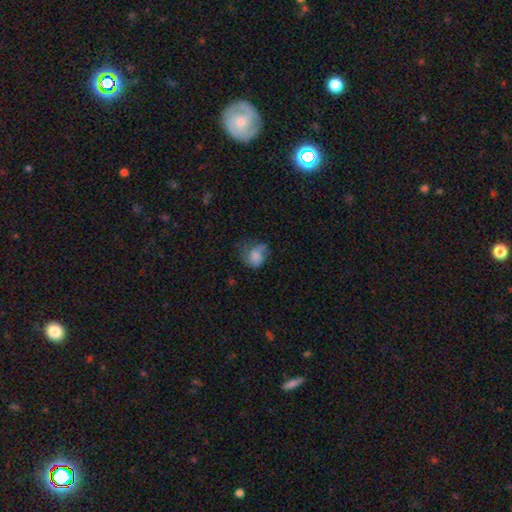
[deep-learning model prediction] Smooth or featured? smooth (65%)
How rounded? round (52%)
Merging? major disturbance (35%)